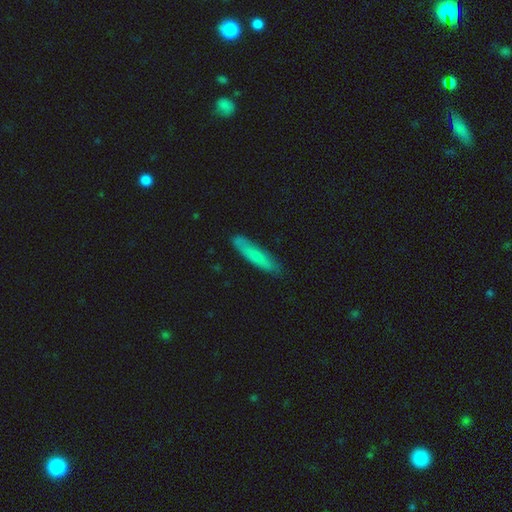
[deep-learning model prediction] smooth 68%, featured or disk 26%, star or artifact 6%. Down the decision tree: how rounded — cigar-shaped (81%); merging — none (82%).